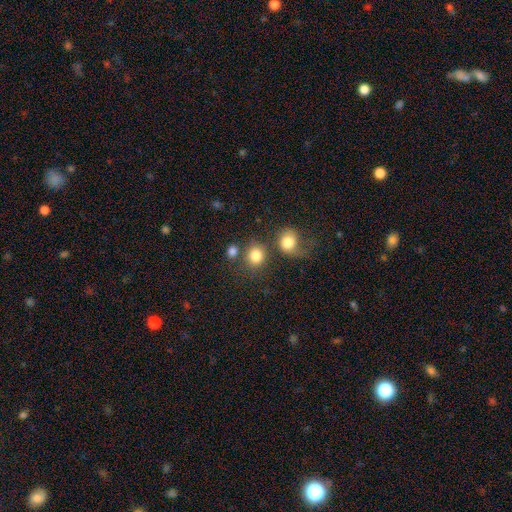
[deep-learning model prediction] The model was most divided on "merging": none: 60%, merger: 23%, minor disturbance: 10%, major disturbance: 7%. More confident: smooth or featured — smooth (82%); how rounded — round (77%).